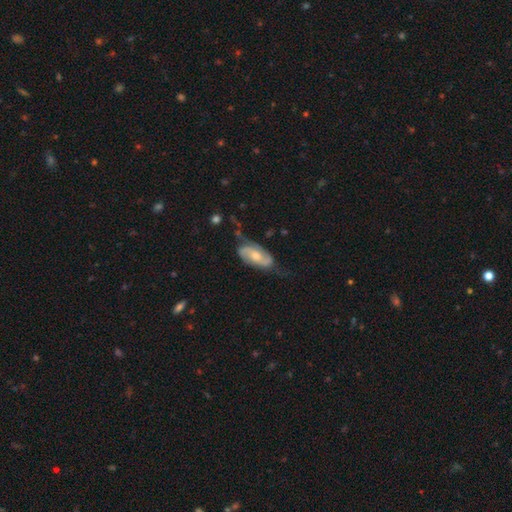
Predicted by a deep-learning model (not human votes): smooth_or_featured: featured or disk (p=0.70) [alt: smooth p=0.24]
disk_edge_on: no (p=0.93) [alt: yes p=0.07]
bar: no (p=0.56) [alt: weak p=0.34]
has_spiral_arms: yes (p=0.91) [alt: no p=0.09]
spiral_winding: medium (p=0.43) [alt: loose p=0.30]
spiral_arm_count: 2 (p=0.84) [alt: can't tell p=0.10]
bulge_size: moderate (p=0.57) [alt: small p=0.32]
merging: none (p=0.59) [alt: minor disturbance p=0.26]